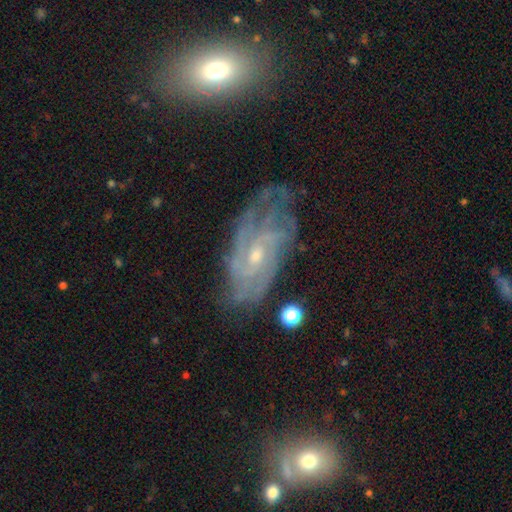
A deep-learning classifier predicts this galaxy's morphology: featured or disk 85%, star or artifact 8%, smooth 7%. Down the decision tree: edge-on disk — no (95%); bar — no (48%); spiral arms — yes (95%); spiral arm count — can't tell (34%); spiral winding — tight (58%); bulge size — small (68%); merging — none (65%).